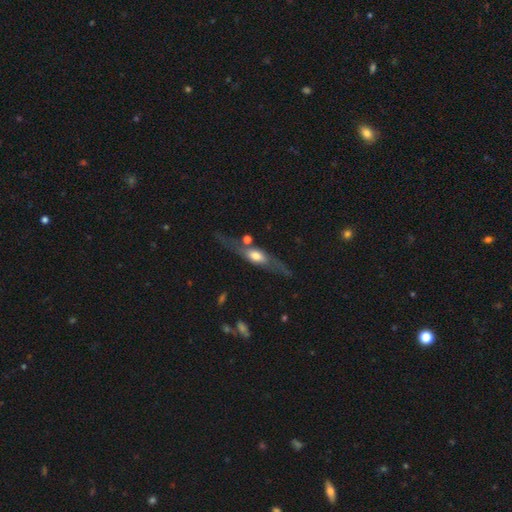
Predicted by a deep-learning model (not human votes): Smooth or featured: featured or disk — 65% (smooth — 29%)
Edge-on disk: yes — 74% (no — 26%)
Merging: none — 64% (minor disturbance — 18%)